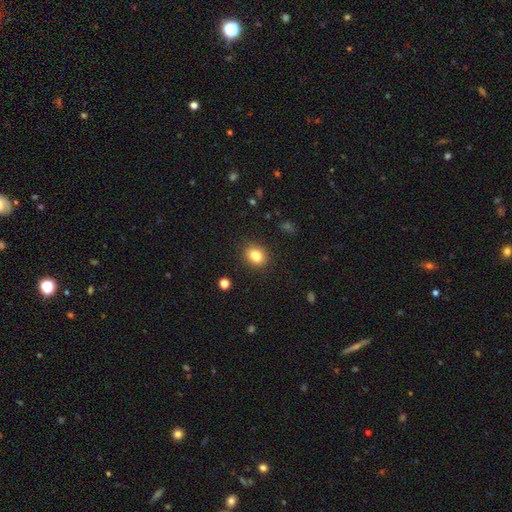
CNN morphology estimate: Q: Smooth or featured?
A: smooth (84%); runner-up: star or artifact (10%)
Q: How rounded?
A: in between (59%); runner-up: round (40%)
Q: Merging?
A: none (87%); runner-up: minor disturbance (9%)